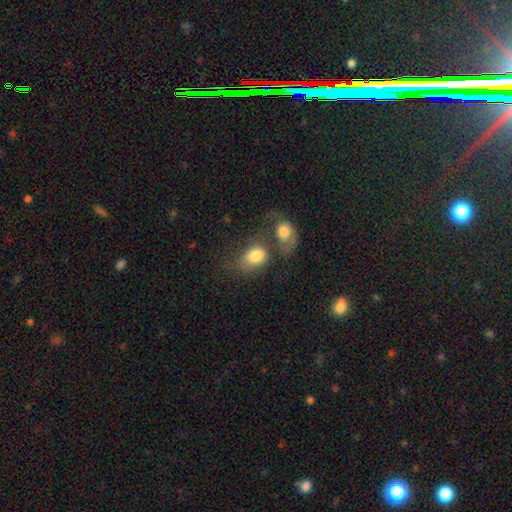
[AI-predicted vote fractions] Smooth or featured? smooth (77%)
How rounded? in between (72%)
Merging? merger (50%)